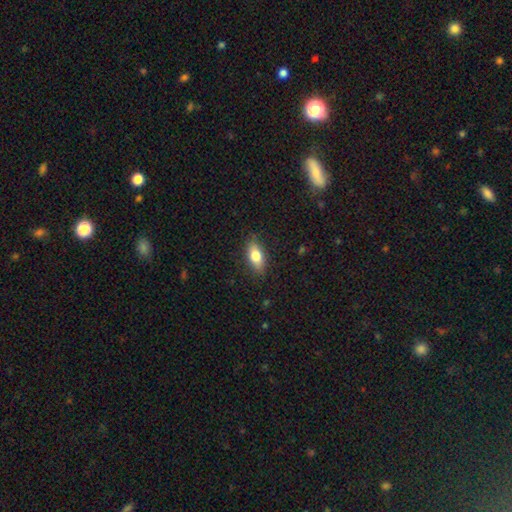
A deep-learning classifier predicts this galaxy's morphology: This appears to be a smooth galaxy with no disk features (76%) that is in between round and cigar-shaped (81%). Merging: none (85%).